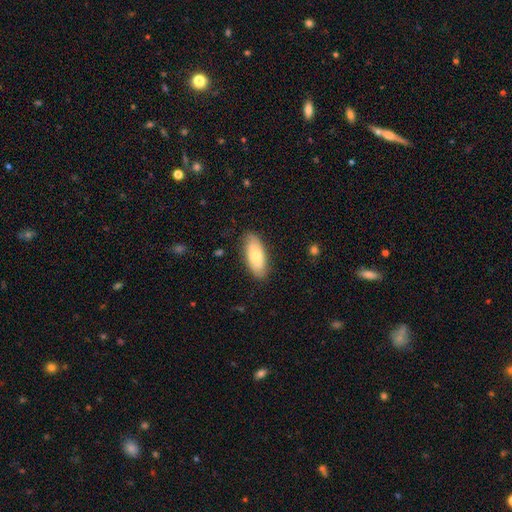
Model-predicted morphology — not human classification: Q: Smooth or featured?
A: smooth (68%); runner-up: featured or disk (26%)
Q: How rounded?
A: in between (87%); runner-up: cigar-shaped (11%)
Q: Merging?
A: none (83%); runner-up: minor disturbance (13%)